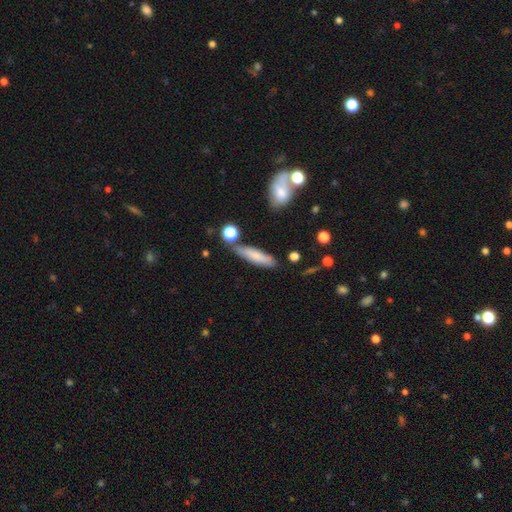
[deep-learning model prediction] Q: Smooth or featured?
A: smooth (74%); runner-up: featured or disk (19%)
Q: How rounded?
A: cigar-shaped (74%); runner-up: in between (24%)
Q: Merging?
A: none (76%); runner-up: minor disturbance (14%)